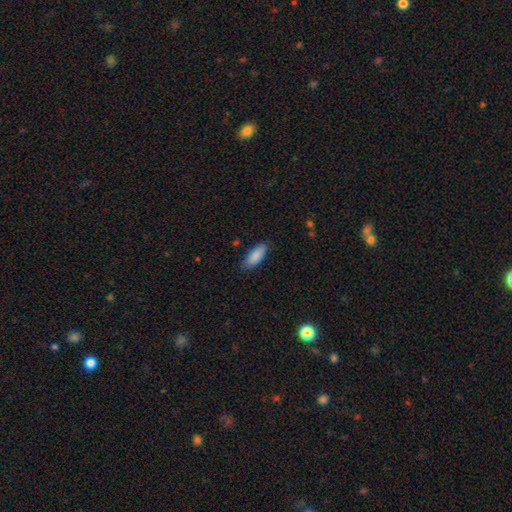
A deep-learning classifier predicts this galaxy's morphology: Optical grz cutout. It shows a smooth galaxy with no disk features (88%) that is in between round and cigar-shaped (79%). Merging: none (81%).